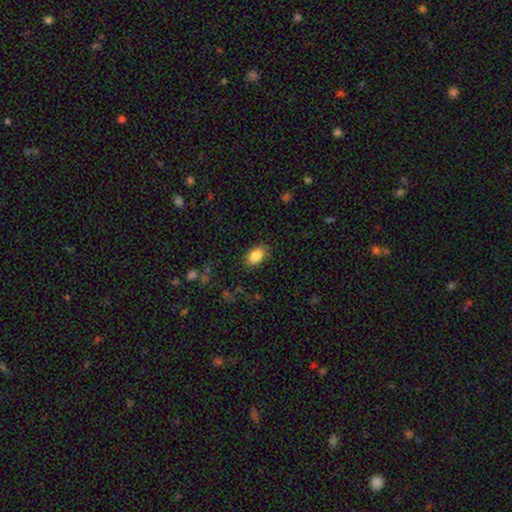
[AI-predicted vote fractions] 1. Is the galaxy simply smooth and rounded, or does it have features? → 87% smooth, 8% star or artifact, 5% featured or disk.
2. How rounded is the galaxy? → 89% in between, 10% round, 2% cigar-shaped.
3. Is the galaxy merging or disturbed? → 84% none, 12% minor disturbance, 3% major disturbance, 1% merger.